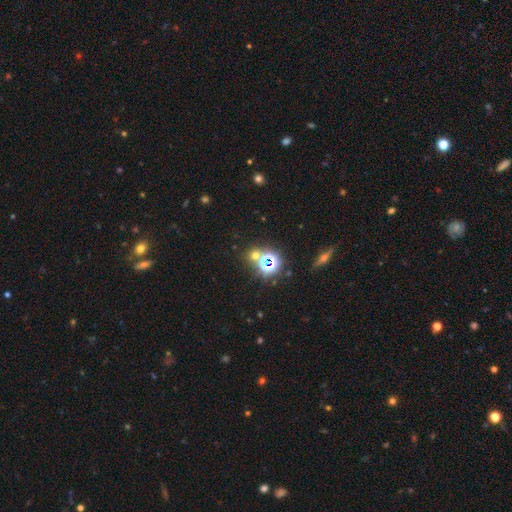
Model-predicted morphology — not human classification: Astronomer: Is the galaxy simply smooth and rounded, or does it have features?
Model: star or artifact — 56% (runner-up: smooth, 36%).